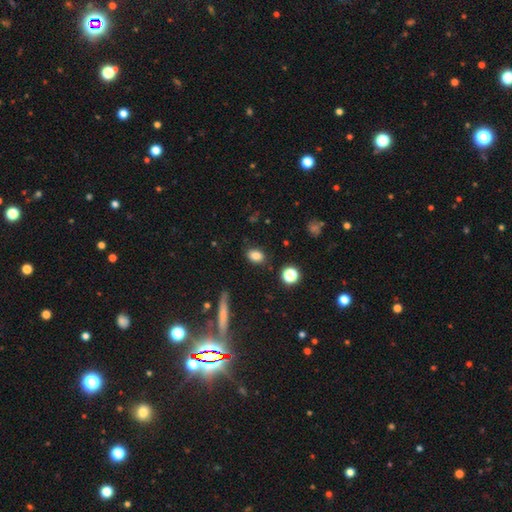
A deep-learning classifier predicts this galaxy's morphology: smooth_or_featured: smooth (p=0.83) [alt: star or artifact p=0.11]
how_rounded: in between (p=0.78) [alt: round p=0.20]
merging: none (p=0.84) [alt: minor disturbance p=0.11]